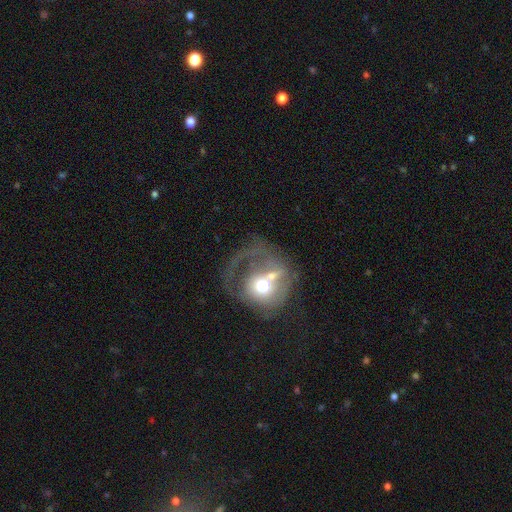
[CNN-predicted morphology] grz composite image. It shows a featured or disk galaxy (59%) with no bar (52%), no spiral arms (51%) and a moderate central bulge (62%). Merging: none (42%).